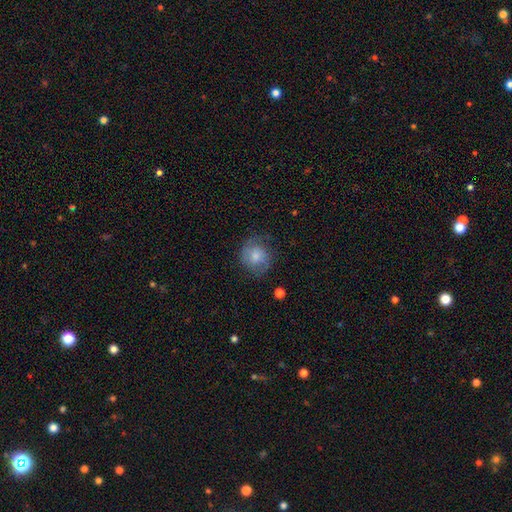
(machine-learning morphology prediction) This appears to be a smooth galaxy with no disk features (61%) that is round (81%). Merging: none (65%).